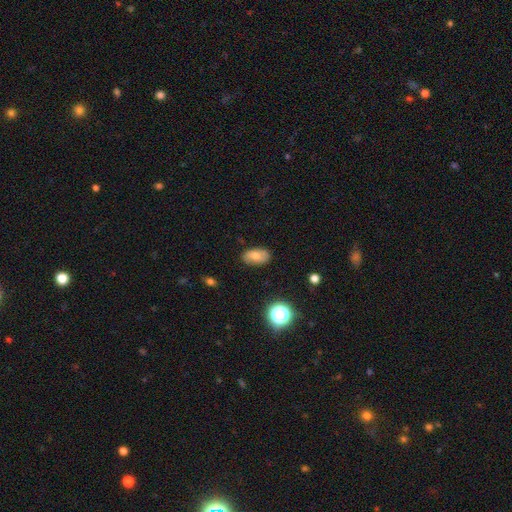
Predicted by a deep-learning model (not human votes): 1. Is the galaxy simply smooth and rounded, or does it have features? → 74% smooth, 16% featured or disk, 10% star or artifact.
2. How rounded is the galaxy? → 91% in between, 7% round, 2% cigar-shaped.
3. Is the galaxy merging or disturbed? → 82% none, 14% minor disturbance, 3% major disturbance, 1% merger.